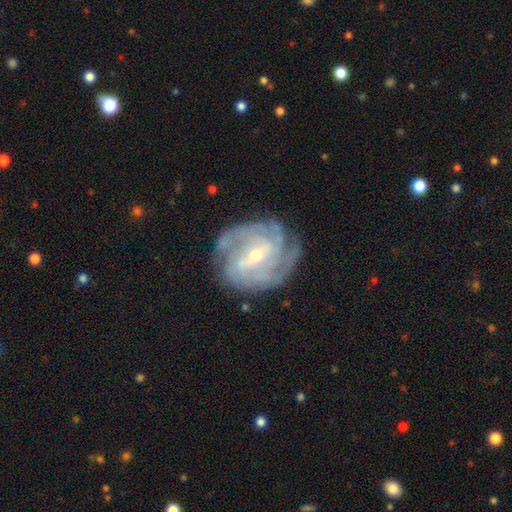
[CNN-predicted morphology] The model was most divided on "spiral arm count" (2-way tie): 4: 26%, 3: 26%, can't tell: 21%, 2: 15%, more than 4: 7%, 1: 6%. Remaining: spiral arms — yes (97%); edge-on disk — no (97%); smooth or featured — featured or disk (90%); merging — none (77%); spiral winding — tight (67%); bulge size — small (58%); bar — weak (47%).